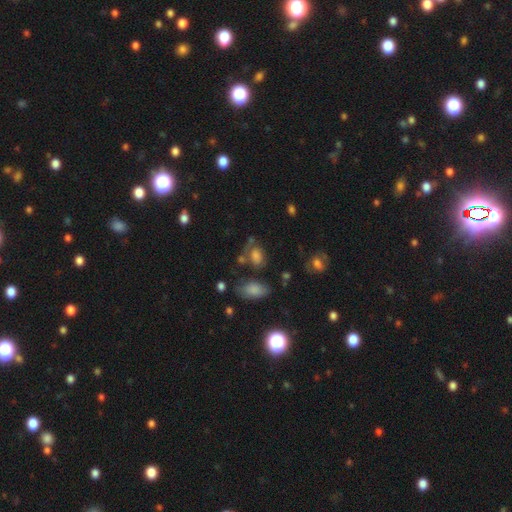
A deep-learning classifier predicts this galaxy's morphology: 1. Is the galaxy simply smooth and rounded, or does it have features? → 64% smooth, 21% star or artifact, 15% featured or disk.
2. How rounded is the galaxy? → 64% in between, 34% round, 2% cigar-shaped.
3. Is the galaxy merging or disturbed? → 52% none, 20% minor disturbance, 14% major disturbance, 14% merger.